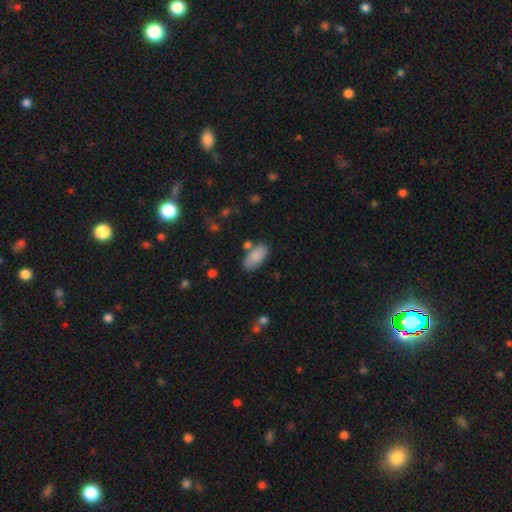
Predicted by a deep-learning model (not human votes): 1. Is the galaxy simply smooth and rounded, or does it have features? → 85% smooth, 9% featured or disk, 6% star or artifact.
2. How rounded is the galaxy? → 91% in between, 7% cigar-shaped, 2% round.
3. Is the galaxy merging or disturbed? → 73% none, 16% minor disturbance, 8% merger, 4% major disturbance.